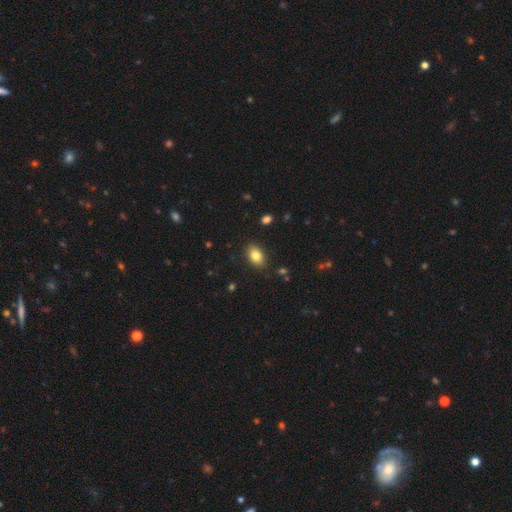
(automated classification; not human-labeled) Overall: smooth (82%). How rounded: in between (85%). Merging: none (87%).